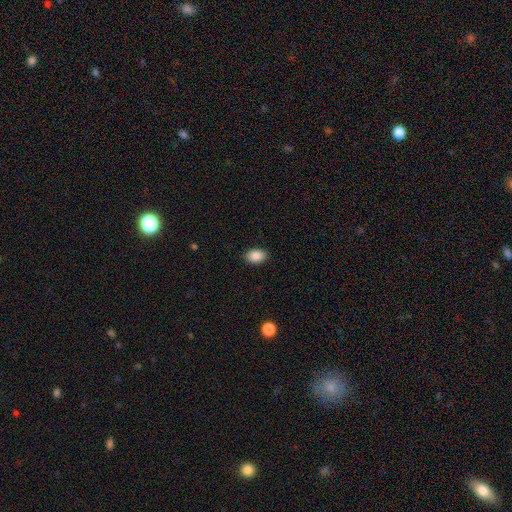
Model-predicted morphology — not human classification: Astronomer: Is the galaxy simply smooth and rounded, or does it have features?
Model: smooth — 89%.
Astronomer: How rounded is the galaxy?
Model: in between — 85%.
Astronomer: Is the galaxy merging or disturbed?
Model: none — 89%.